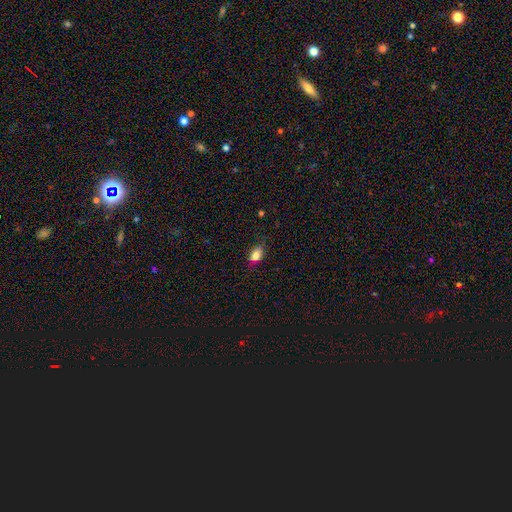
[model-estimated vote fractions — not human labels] Q: Smooth or featured?
A: smooth (83%); runner-up: star or artifact (9%)
Q: How rounded?
A: in between (83%); runner-up: round (14%)
Q: Merging?
A: none (76%); runner-up: minor disturbance (19%)